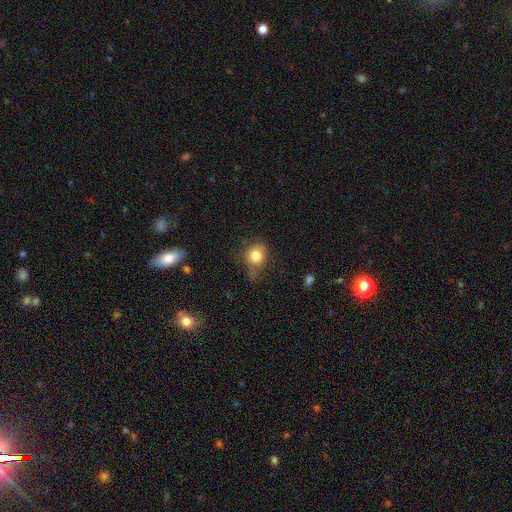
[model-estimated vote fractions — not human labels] A smooth galaxy with no disk features (79%) that is round (69%).

Vote fractions:
- Smooth or featured? smooth: 79% / star or artifact: 11% / featured or disk: 9%
- How rounded? round: 69% / in between: 29% / cigar-shaped: 1%
- Merging? none: 55% / minor disturbance: 30% / major disturbance: 13% / merger: 3%